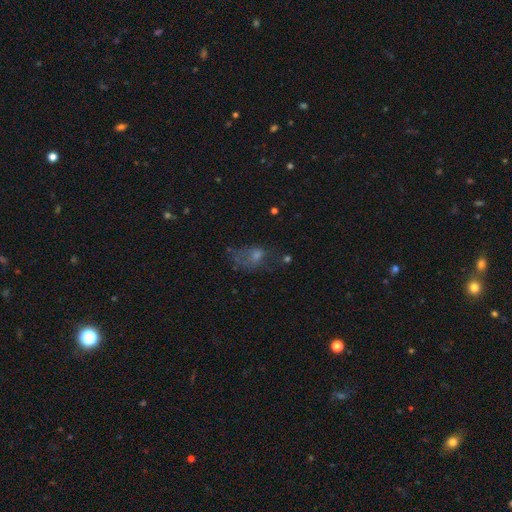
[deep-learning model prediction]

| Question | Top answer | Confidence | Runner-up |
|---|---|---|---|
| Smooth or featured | smooth | 40% | featured or disk (33%) |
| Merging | major disturbance | 37% | none (36%) |